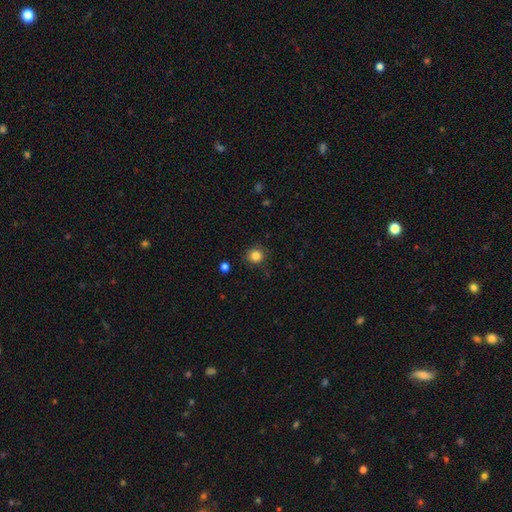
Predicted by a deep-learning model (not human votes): smooth_or_featured: smooth (p=0.84) [alt: star or artifact p=0.12]
how_rounded: round (p=0.92) [alt: in between p=0.07]
merging: none (p=0.88) [alt: minor disturbance p=0.09]